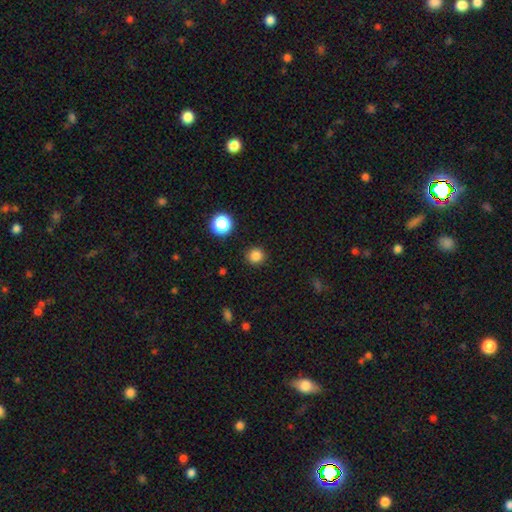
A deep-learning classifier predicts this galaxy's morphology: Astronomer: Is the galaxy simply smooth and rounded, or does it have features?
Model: smooth — 84%.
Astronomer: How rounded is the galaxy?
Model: round — 93%.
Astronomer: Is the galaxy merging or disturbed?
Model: none — 91%.